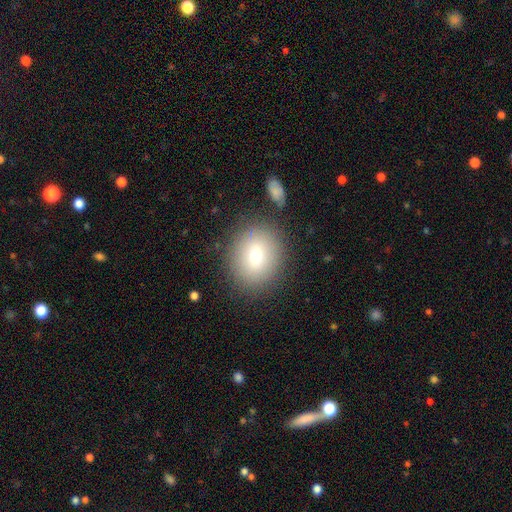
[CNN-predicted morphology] This is likely a smooth galaxy (73%). How rounded: likely round (68%). Merging: clearly none (82%).